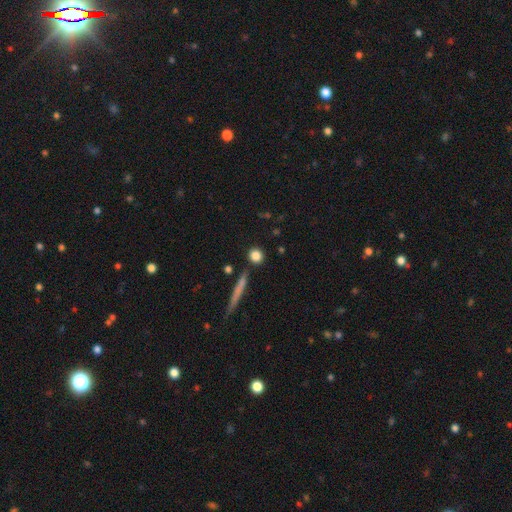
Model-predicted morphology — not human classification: This is clearly a smooth galaxy (83%). How rounded: clearly round (86%). Merging: clearly none (84%).